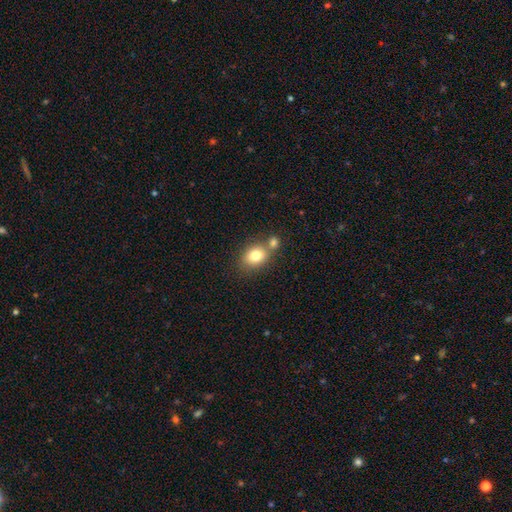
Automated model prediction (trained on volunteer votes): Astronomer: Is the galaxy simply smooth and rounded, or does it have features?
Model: smooth — 80%.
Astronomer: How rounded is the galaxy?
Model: in between — 54% (runner-up: round, 45%).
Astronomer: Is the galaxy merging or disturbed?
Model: none — 53% (runner-up: merger, 33%).